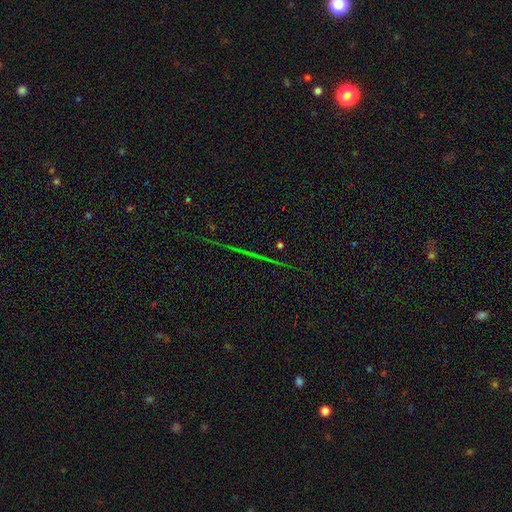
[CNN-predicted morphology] A star or artifact, not a galaxy (73%).